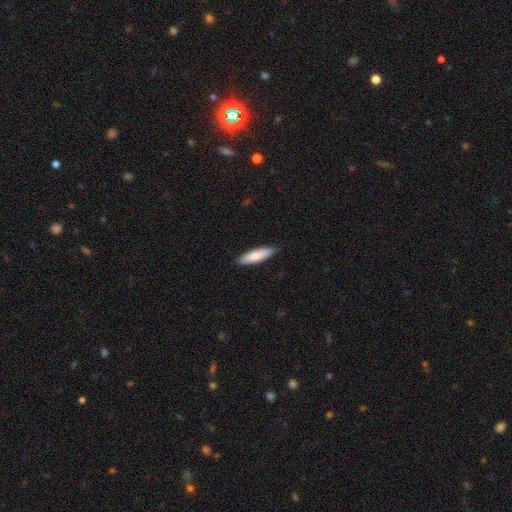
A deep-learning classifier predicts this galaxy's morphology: type=smooth (82%); roundness=cigar-shaped (63%); merging=none (87%).